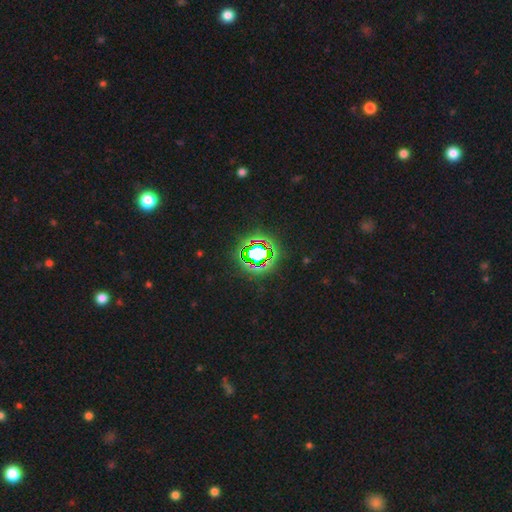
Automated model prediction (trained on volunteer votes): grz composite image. It shows a star or artifact, not a galaxy (79%).